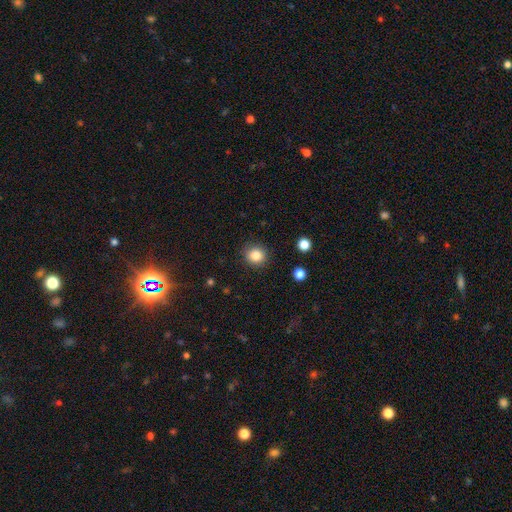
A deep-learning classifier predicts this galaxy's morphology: The model was most divided on "smooth or featured": smooth: 83%, star or artifact: 11%, featured or disk: 6%. More confident: merging — none (90%); how rounded — round (89%).